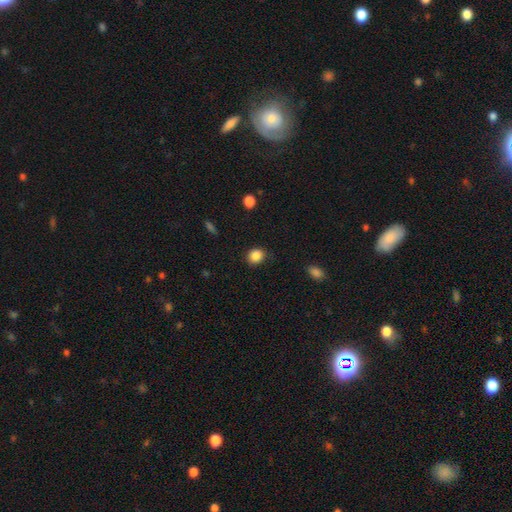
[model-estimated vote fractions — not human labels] smooth-or-featured: smooth: 87% | star or artifact: 9% | featured or disk: 4%
  how-rounded: round: 72% | in between: 27% | cigar-shaped: 1%
  merging: none: 82% | minor disturbance: 14% | major disturbance: 3% | merger: 1%